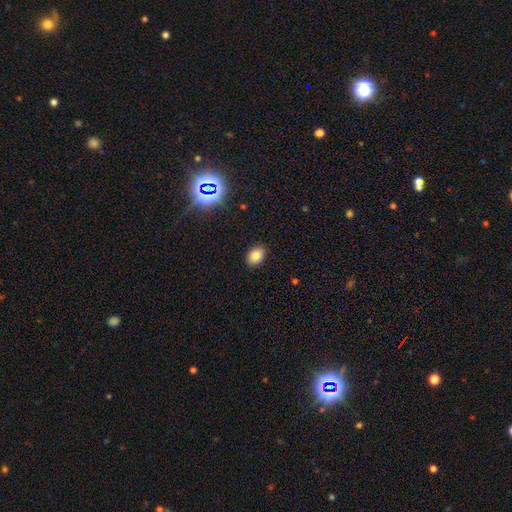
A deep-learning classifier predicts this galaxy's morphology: smooth-or-featured: smooth: 81% | star or artifact: 12% | featured or disk: 7%
  how-rounded: in between: 74% | round: 25% | cigar-shaped: 1%
  merging: none: 87% | minor disturbance: 9% | major disturbance: 2% | merger: 1%